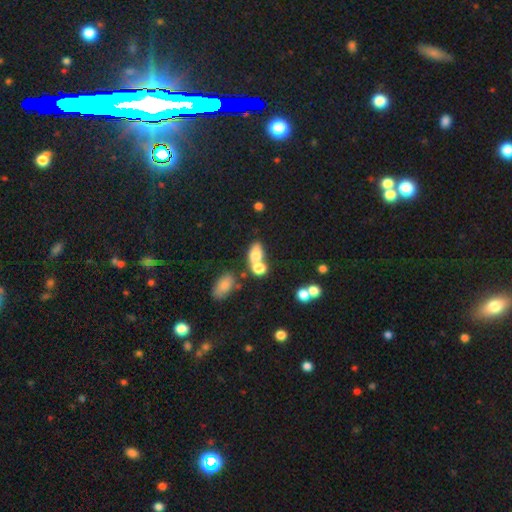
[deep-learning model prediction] Morphology: type=smooth (73%); roundness=in between (77%); merging=merger (48%).